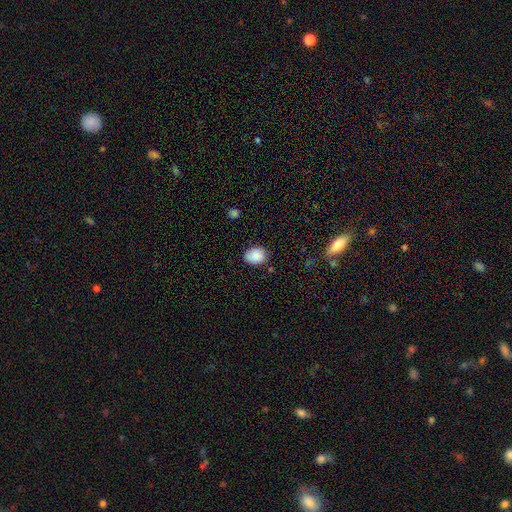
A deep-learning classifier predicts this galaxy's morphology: smooth 87%, star or artifact 8%, featured or disk 5%. Down the decision tree: how rounded — in between (63%); merging — none (77%).